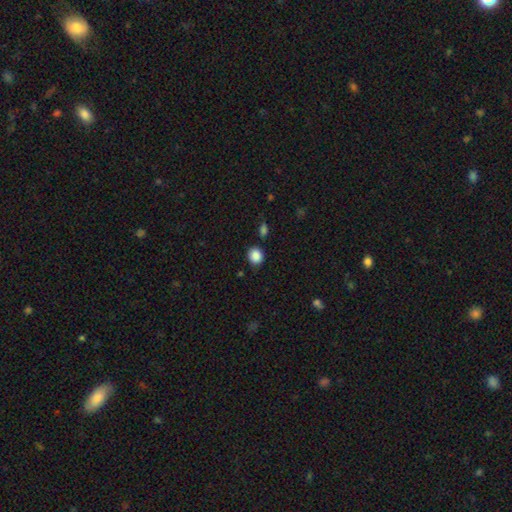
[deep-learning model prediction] A smooth galaxy with no disk features (88%) that is round (72%). Merging: none (83%).